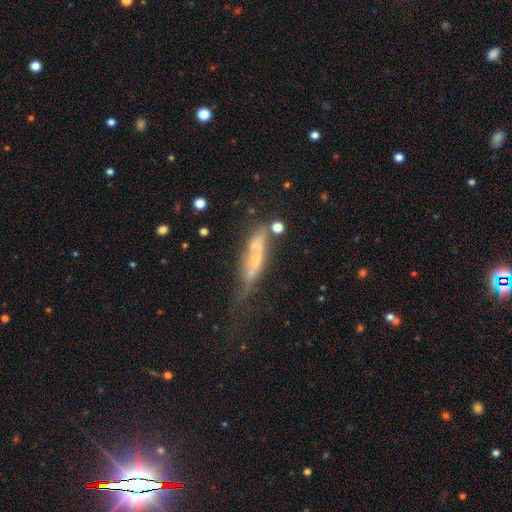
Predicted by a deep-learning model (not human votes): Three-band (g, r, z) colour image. It shows a featured or disk galaxy (57%) viewed edge-on (57%). Merging: none (33%).